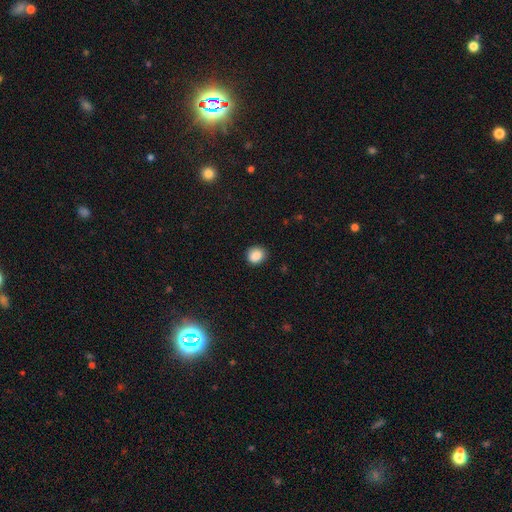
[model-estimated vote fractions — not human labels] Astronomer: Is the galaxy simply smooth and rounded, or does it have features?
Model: smooth — 88%.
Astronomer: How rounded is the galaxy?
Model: round — 77%.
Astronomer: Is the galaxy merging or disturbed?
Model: none — 86%.